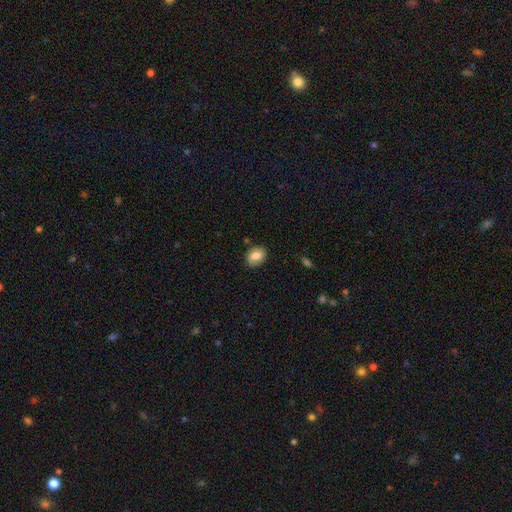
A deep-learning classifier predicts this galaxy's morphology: This is likely a smooth galaxy (75%). How rounded: likely in between (65%). Merging: clearly none (81%).